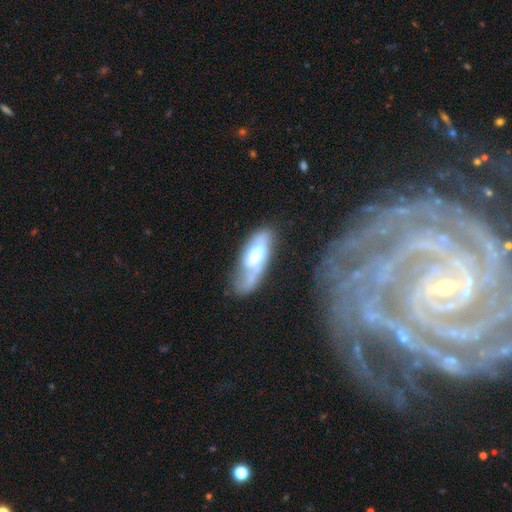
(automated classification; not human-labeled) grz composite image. It shows a featured or disk galaxy (56%). Merging: none (44%).